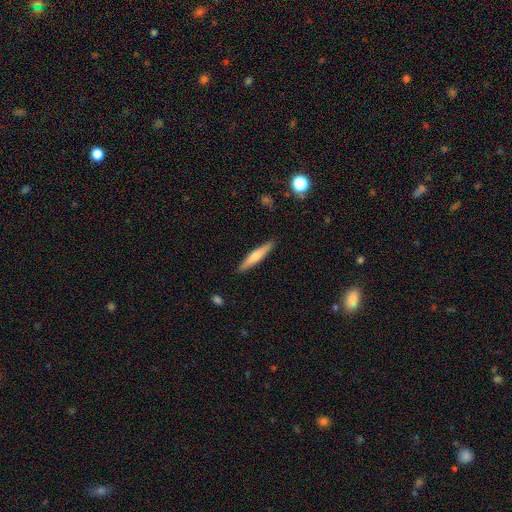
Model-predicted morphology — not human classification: The model was most divided on "smooth or featured": smooth: 59%, featured or disk: 36%, star or artifact: 6%. More confident: how rounded — cigar-shaped (92%); merging — none (90%).